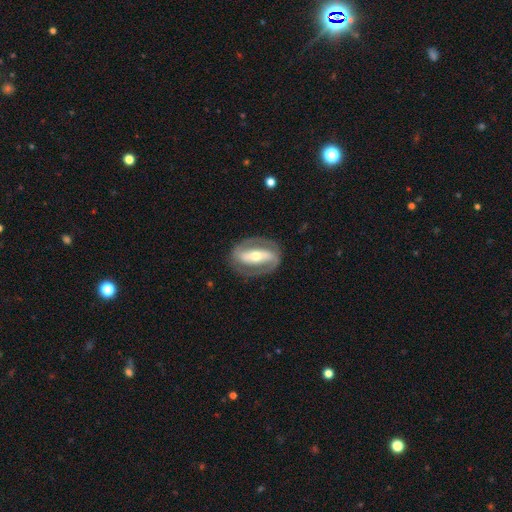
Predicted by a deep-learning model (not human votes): Smooth or featured?
  - featured or disk: 83% *
  - smooth: 13%
  - star or artifact: 4%
Edge-on disk?
  - no: 91% *
  - yes: 9%
Bar?
  - strong: 72% *
  - weak: 15%
  - no: 13%
Spiral arms?
  - yes: 74% *
  - no: 26%
Spiral winding?
  - medium: 42% * (tied)
  - tight: 42% * (tied)
  - loose: 16%
Spiral arm count?
  - 2: 87% *
  - can't tell: 7%
  - 1: 4%
  - 3: 1%
  - 4: 1%
  - more than 4: 1%
Bulge size?
  - moderate: 59% *
  - small: 32%
  - large: 6%
  - dominant: 1%
  - none: 1%
Merging?
  - none: 83% *
  - minor disturbance: 10%
  - major disturbance: 6%
  - merger: 1%